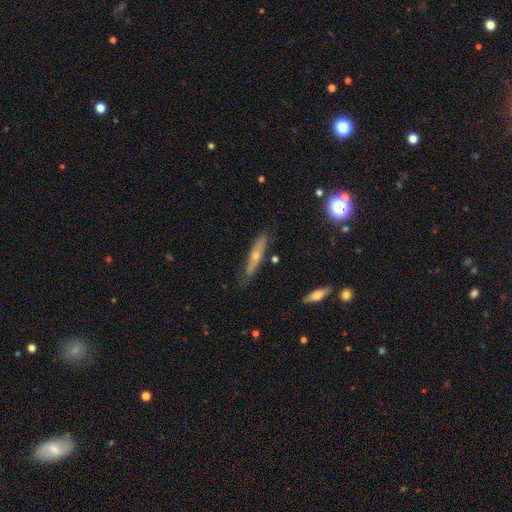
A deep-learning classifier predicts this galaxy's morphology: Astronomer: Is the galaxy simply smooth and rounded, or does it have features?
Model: featured or disk — 57% (runner-up: smooth, 34%).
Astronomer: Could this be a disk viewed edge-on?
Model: yes — 81%.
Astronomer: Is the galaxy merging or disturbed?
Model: none — 77%.